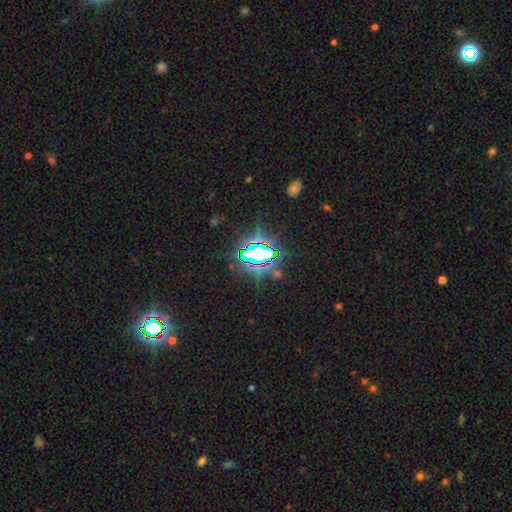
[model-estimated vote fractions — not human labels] smooth-or-featured: star or artifact: 78% | smooth: 12% | featured or disk: 10%